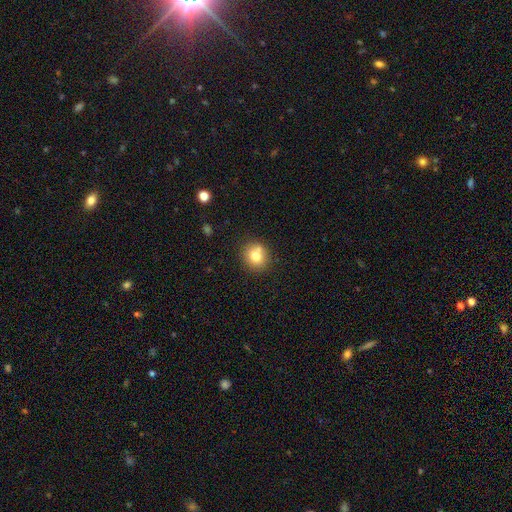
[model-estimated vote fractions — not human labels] Q: Smooth or featured?
A: smooth (76%); runner-up: featured or disk (13%)
Q: How rounded?
A: round (83%); runner-up: in between (16%)
Q: Merging?
A: none (73%); runner-up: minor disturbance (12%)